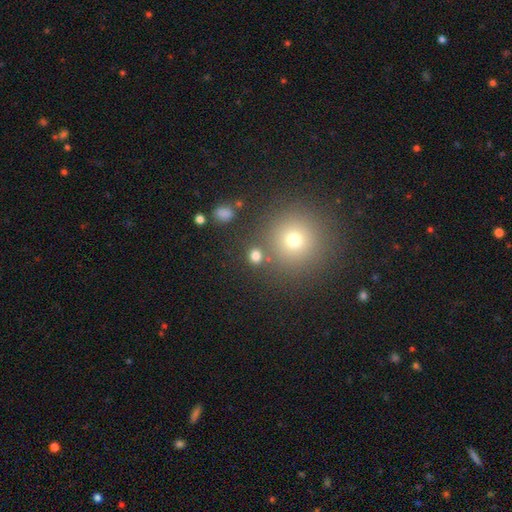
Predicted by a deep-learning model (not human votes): The model was most divided on "smooth or featured": smooth: 76%, star or artifact: 18%, featured or disk: 7%. More confident: how rounded — round (84%); merging — none (78%).